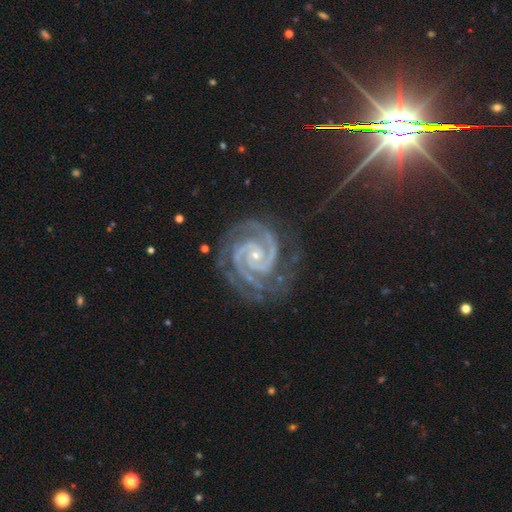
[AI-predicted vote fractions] smooth_or_featured: featured or disk (p=0.93) [alt: star or artifact p=0.05]
disk_edge_on: no (p=0.98) [alt: yes p=0.02]
bar: no (p=0.67) [alt: weak p=0.21]
has_spiral_arms: yes (p=0.99) [alt: no p=0.01]
spiral_winding: tight (p=0.76) [alt: medium p=0.22]
spiral_arm_count: 2 (p=0.70) [alt: 3 p=0.15]
bulge_size: small (p=0.81) [alt: moderate p=0.15]
merging: none (p=0.73) [alt: minor disturbance p=0.18]